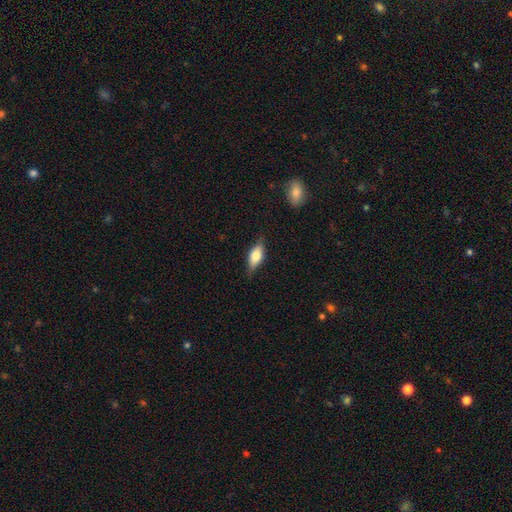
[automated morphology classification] Smooth or featured? Predicted: smooth (p=0.63). How rounded? Predicted: in between (p=0.74). Merging? Predicted: none (p=0.78).